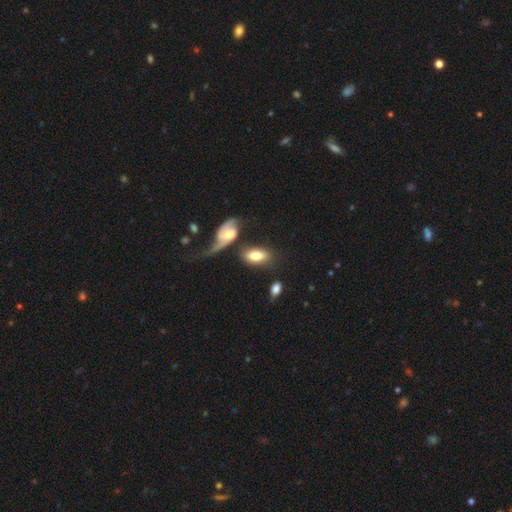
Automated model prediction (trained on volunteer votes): Smooth or featured? Predicted: smooth (p=0.72). How rounded? Predicted: in between (p=0.90). Merging? Predicted: none (p=0.47).